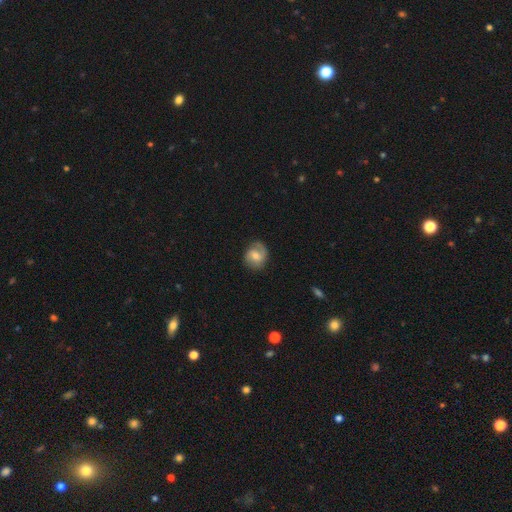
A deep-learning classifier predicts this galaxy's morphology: This is possibly a featured or disk galaxy (52%). It is clearly not viewed edge-on (97%). Merging: likely none (71%).